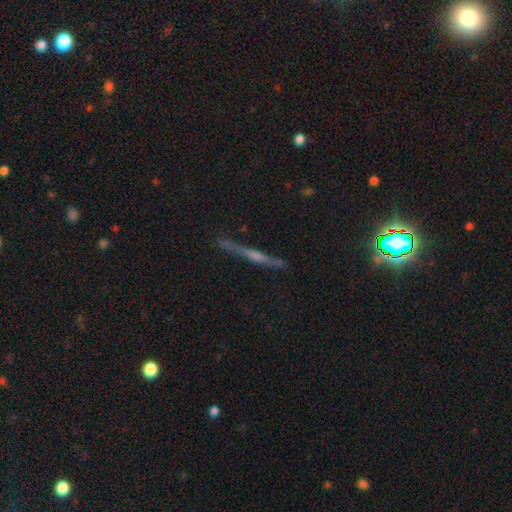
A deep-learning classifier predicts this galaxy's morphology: smooth_or_featured: featured or disk (p=0.66) [alt: star or artifact p=0.18]
disk_edge_on: yes (p=0.94) [alt: no p=0.06]
edge_on_bulge: rounded (p=0.75) [alt: none p=0.16]
merging: none (p=0.85) [alt: minor disturbance p=0.10]